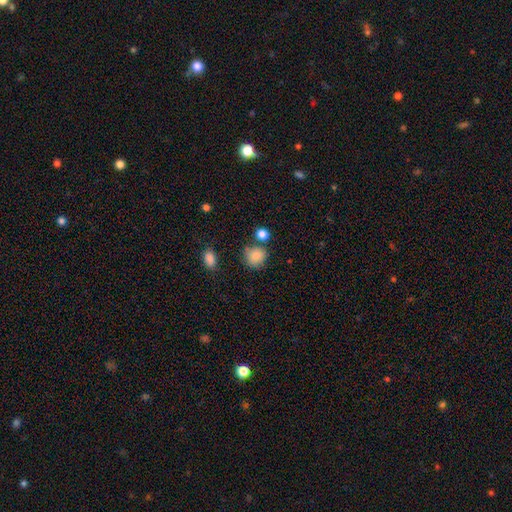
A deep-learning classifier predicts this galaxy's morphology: Smooth or featured? smooth (84%)
How rounded? round (84%)
Merging? none (69%)